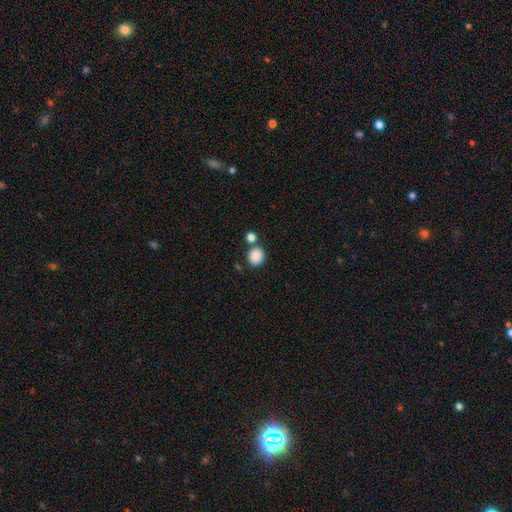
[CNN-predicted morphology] The model was most divided on "how rounded": round: 71%, in between: 28%, cigar-shaped: 1%. More confident: smooth or featured — smooth (87%); merging — none (72%).